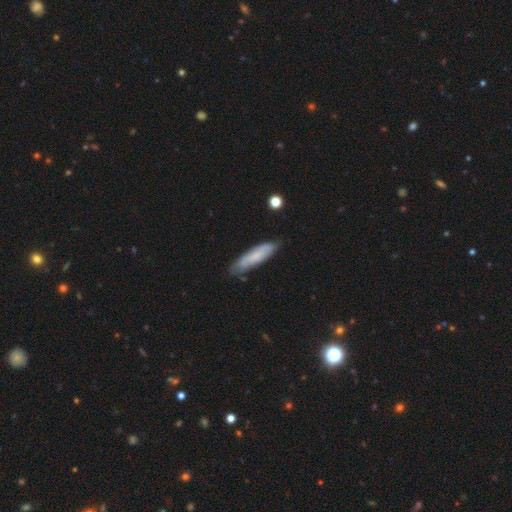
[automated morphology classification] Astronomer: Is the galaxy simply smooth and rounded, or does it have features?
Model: smooth — 64%.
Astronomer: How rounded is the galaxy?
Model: cigar-shaped — 71%.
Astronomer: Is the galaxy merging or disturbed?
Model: none — 75%.